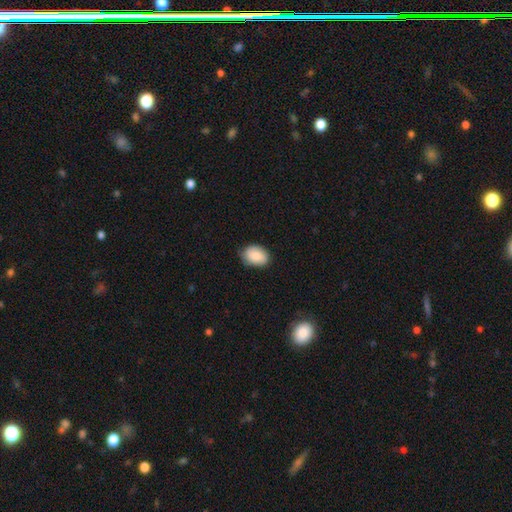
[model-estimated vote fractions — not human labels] smooth-or-featured: smooth: 83% | featured or disk: 10% | star or artifact: 7%
  how-rounded: in between: 73% | round: 26% | cigar-shaped: 1%
  merging: none: 78% | minor disturbance: 18% | major disturbance: 3% | merger: 1%